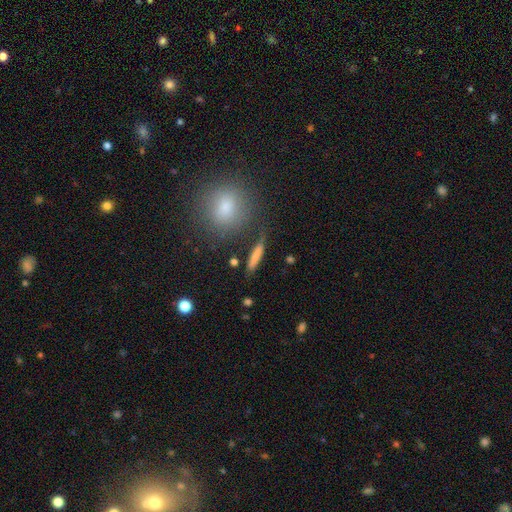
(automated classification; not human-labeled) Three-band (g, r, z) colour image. It shows a smooth galaxy with no disk features (74%) that is cigar-shaped (82%). Merging: none (70%).